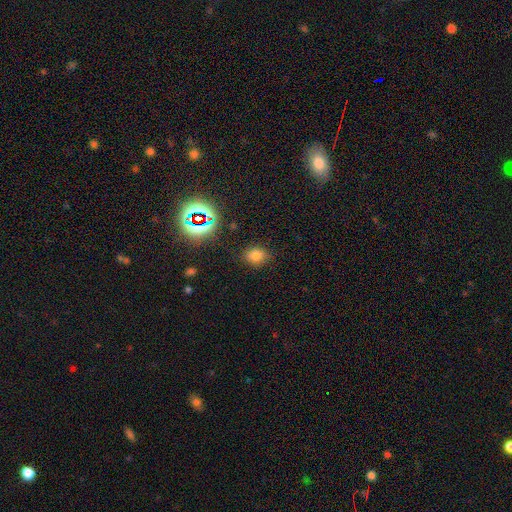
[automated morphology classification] type=smooth (71%); roundness=round (55%); merging=none (83%).